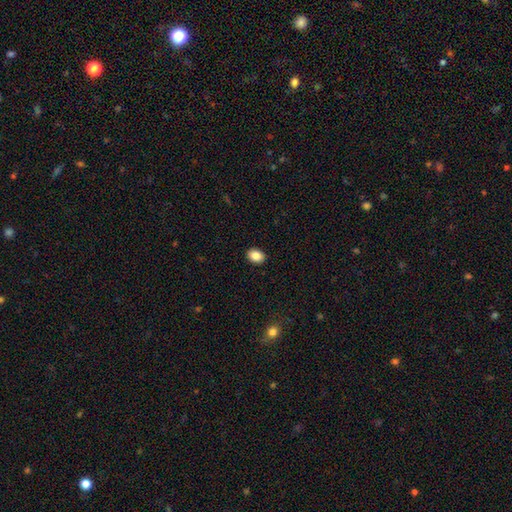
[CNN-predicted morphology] smooth 87%, star or artifact 8%, featured or disk 5%. Down the decision tree: how rounded — in between (72%); merging — none (91%).